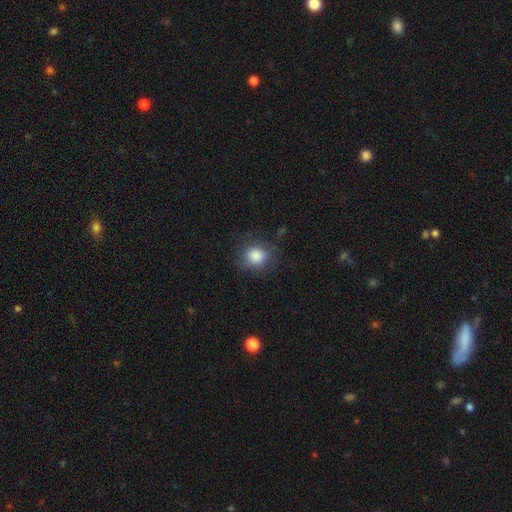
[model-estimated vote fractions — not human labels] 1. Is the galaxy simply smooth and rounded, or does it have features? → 85% smooth, 9% star or artifact, 5% featured or disk.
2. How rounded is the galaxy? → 84% round, 15% in between, 1% cigar-shaped.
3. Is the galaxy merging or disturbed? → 80% none, 14% minor disturbance, 5% major disturbance, 1% merger.